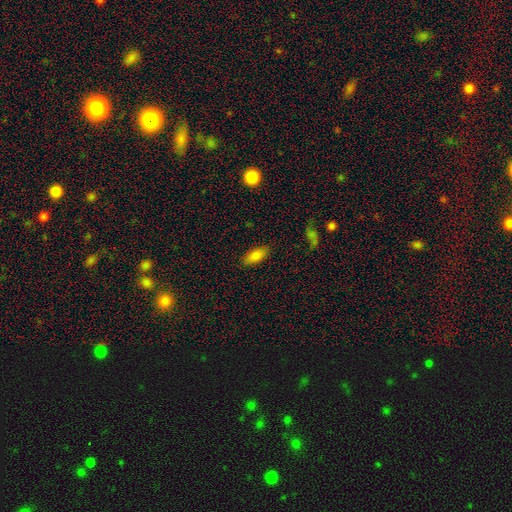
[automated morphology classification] Overall: smooth (82%). How rounded: in between (85%). Merging: none (86%).